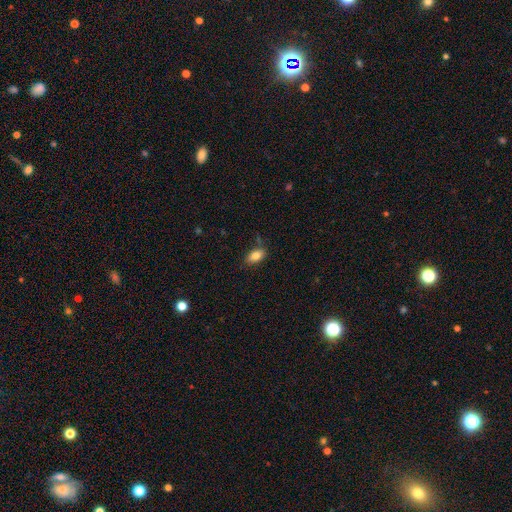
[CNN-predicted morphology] Overall: smooth (82%). How rounded: in between (90%). Merging: none (77%).